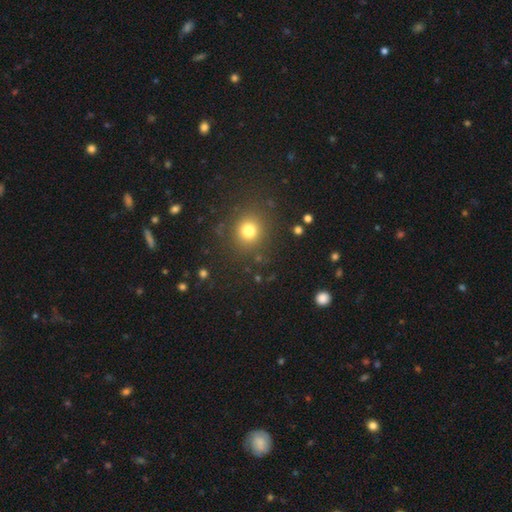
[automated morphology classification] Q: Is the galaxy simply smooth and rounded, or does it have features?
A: smooth — 58%.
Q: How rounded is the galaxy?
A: round — 88%.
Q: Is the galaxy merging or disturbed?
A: none — 88%.